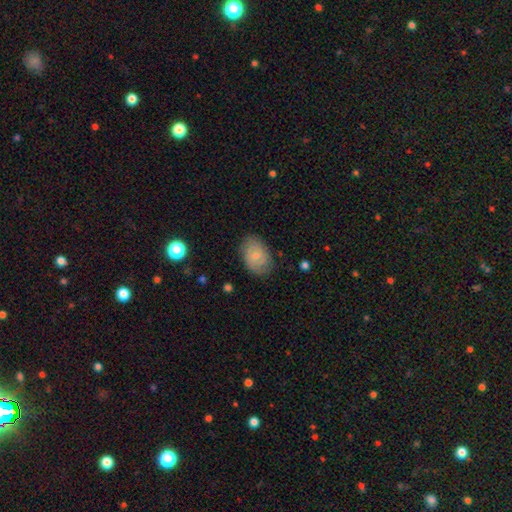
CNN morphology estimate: Overall: smooth (58%; featured or disk 34%). How rounded: in between (80%). Merging: none (77%).